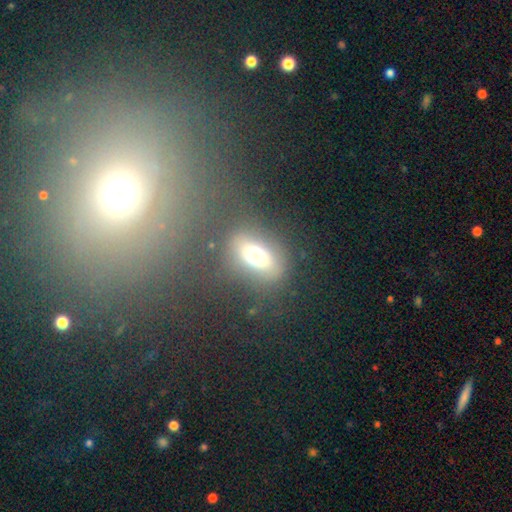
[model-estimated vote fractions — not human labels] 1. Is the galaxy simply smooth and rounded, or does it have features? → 69% smooth, 17% featured or disk, 14% star or artifact.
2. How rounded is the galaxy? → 73% in between, 21% round, 6% cigar-shaped.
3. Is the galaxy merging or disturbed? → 73% none, 14% minor disturbance, 8% major disturbance, 4% merger.